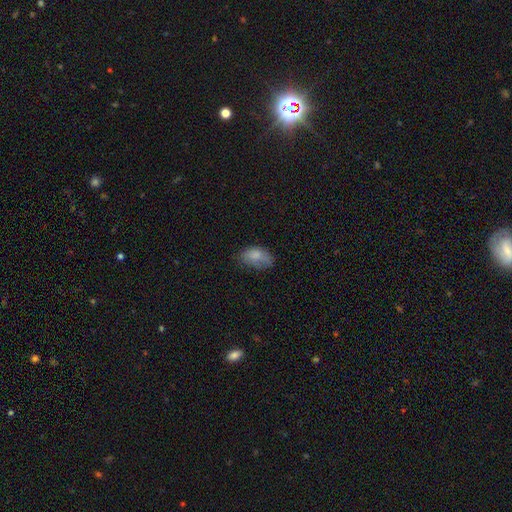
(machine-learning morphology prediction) smooth_or_featured: smooth (p=0.78) [alt: featured or disk p=0.13]
how_rounded: in between (p=0.90) [alt: round p=0.09]
merging: none (p=0.49) [alt: minor disturbance p=0.33]